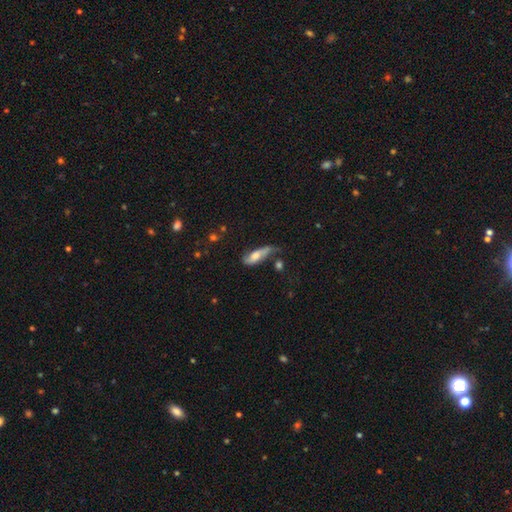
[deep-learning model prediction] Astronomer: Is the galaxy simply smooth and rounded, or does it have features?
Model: smooth — 53% (runner-up: featured or disk, 40%).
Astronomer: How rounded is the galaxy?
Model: in between — 61% (runner-up: cigar-shaped, 36%).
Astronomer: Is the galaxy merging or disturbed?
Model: none — 36% (runner-up: minor disturbance, 34%).